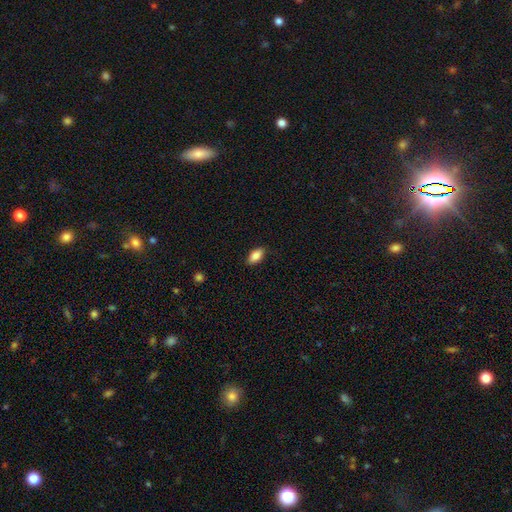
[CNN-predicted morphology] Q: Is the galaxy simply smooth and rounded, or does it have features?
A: smooth — 86%.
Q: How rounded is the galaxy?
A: in between — 89%.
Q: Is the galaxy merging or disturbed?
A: none — 87%.